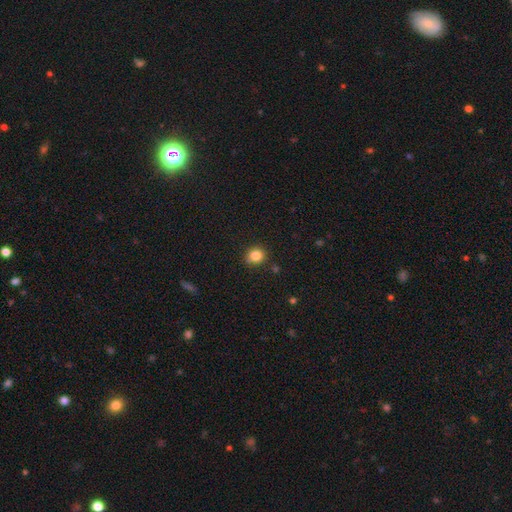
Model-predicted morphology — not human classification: type=smooth (84%); roundness=round (78%); merging=none (87%).